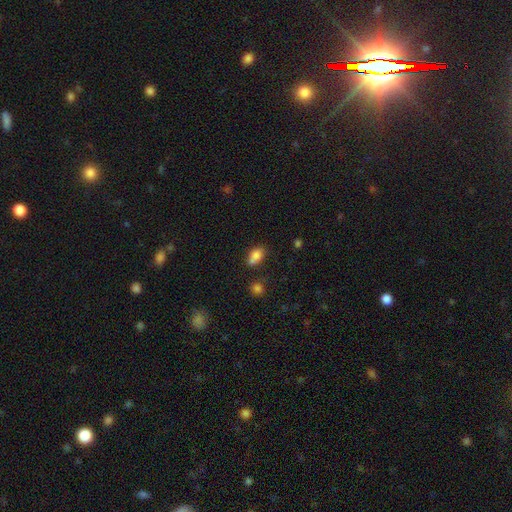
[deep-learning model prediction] This is likely a smooth galaxy (80%). How rounded: likely in between (78%). Merging: possibly none (48%).